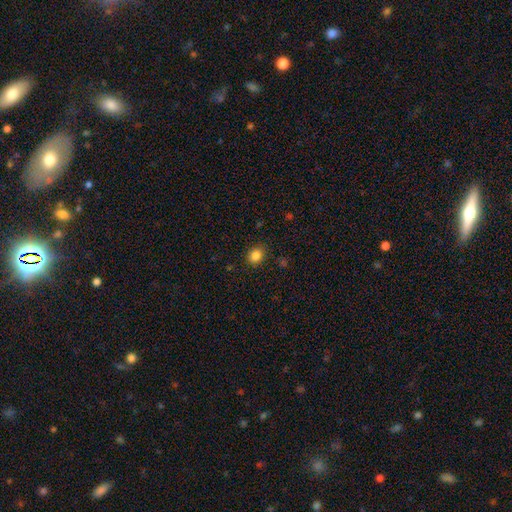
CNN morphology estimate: Smooth or featured? smooth (84%)
How rounded? round (61%)
Merging? none (88%)